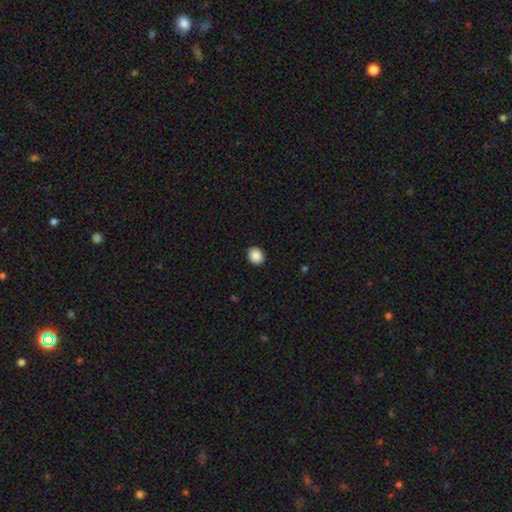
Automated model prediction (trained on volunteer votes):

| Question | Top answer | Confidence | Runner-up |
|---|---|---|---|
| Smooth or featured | smooth | 88% | star or artifact (9%) |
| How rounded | round | 68% | in between (31%) |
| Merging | none | 92% | minor disturbance (6%) |